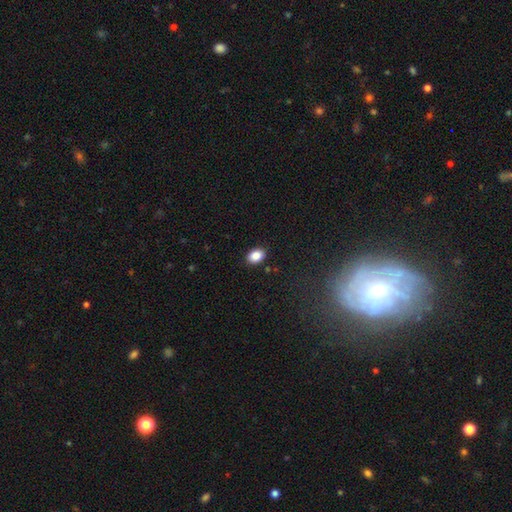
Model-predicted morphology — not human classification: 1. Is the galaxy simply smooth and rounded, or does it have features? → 87% smooth, 9% star or artifact, 4% featured or disk.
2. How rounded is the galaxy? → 80% in between, 19% round, 1% cigar-shaped.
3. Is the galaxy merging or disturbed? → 88% none, 8% minor disturbance, 2% major disturbance, 1% merger.